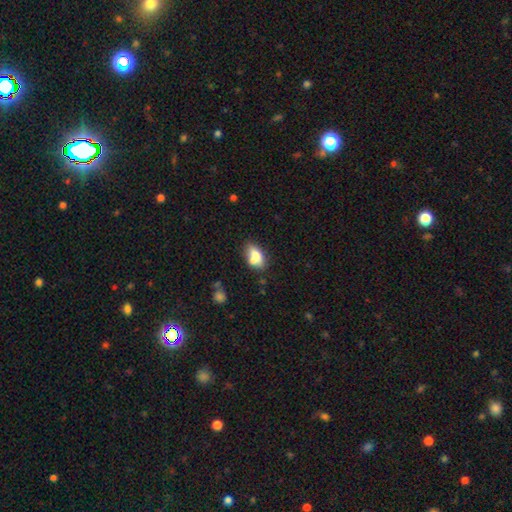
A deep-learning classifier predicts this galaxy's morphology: Overall: smooth (73%). How rounded: in between (85%). Merging: none (48%; merger 24%).